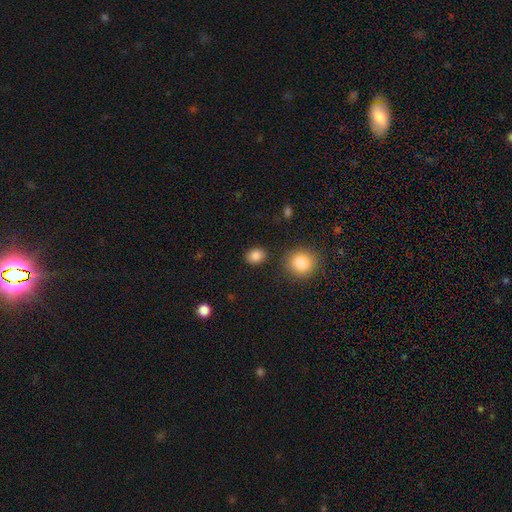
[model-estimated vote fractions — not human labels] Smooth or featured? smooth (86%)
How rounded? round (53%)
Merging? none (85%)